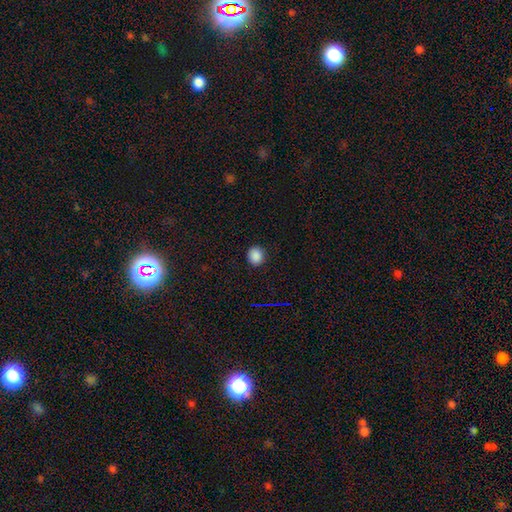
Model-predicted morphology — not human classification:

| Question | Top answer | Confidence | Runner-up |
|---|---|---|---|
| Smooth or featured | smooth | 87% | star or artifact (11%) |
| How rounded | round | 78% | in between (21%) |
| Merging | none | 90% | minor disturbance (7%) |